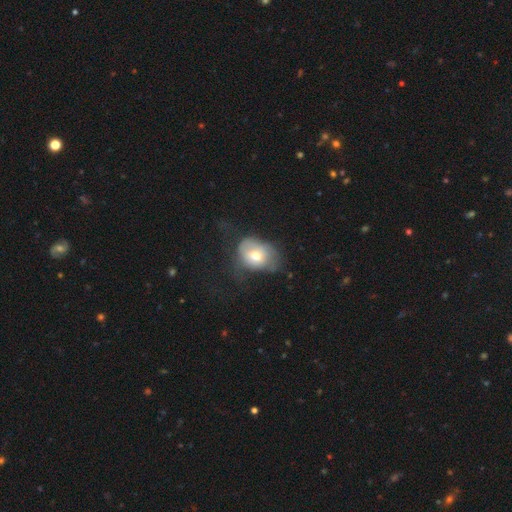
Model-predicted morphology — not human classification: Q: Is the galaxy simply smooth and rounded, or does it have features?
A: smooth — 65%.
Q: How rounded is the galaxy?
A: in between — 57%.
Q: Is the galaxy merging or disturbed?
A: none — 33%, tied with major disturbance.